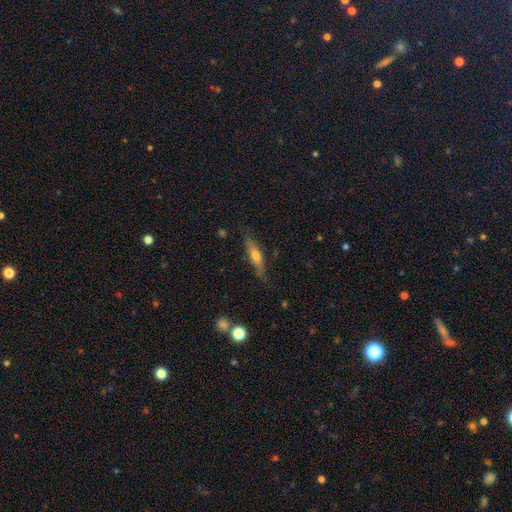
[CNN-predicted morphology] smooth-or-featured: smooth: 53% | featured or disk: 41% | star or artifact: 7%
  how-rounded: cigar-shaped: 75% | in between: 23% | round: 2%
  merging: none: 77% | minor disturbance: 17% | major disturbance: 4% | merger: 2%